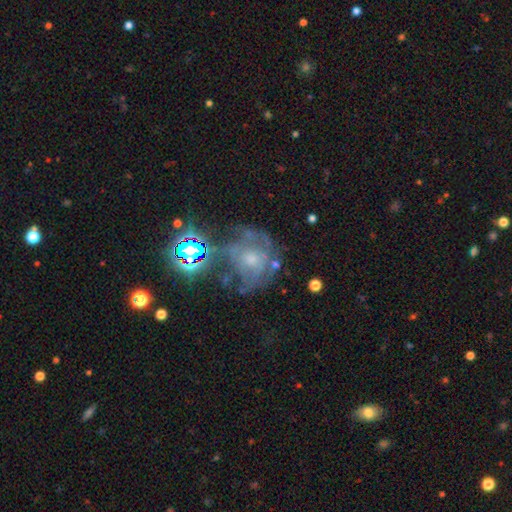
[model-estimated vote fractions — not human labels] Smooth or featured? Predicted: featured or disk (p=0.53). Edge-on disk? Predicted: no (p=0.96). Bar? Predicted: no (p=0.81). Spiral arms? Predicted: yes (p=0.53). Bulge size? Predicted: moderate (p=0.46). Merging? Predicted: none (p=0.46).